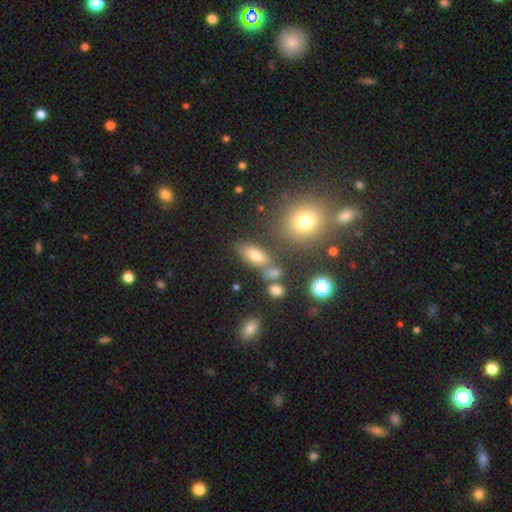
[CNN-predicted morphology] smooth_or_featured: smooth (p=0.69) [alt: featured or disk p=0.16]
how_rounded: in between (p=0.79) [alt: cigar-shaped p=0.12]
merging: none (p=0.63) [alt: merger p=0.15]